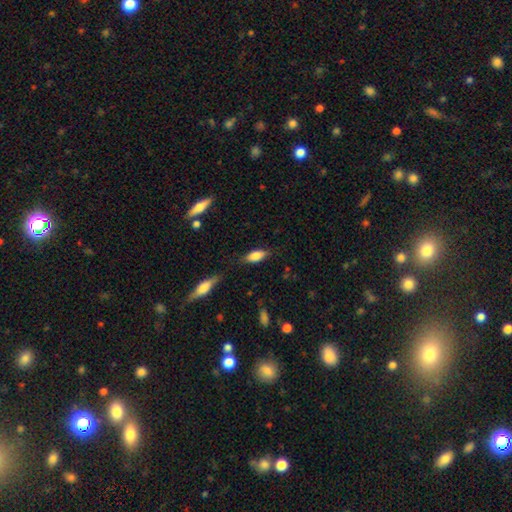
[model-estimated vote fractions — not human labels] Smooth or featured? Predicted: smooth (p=0.78). How rounded? Predicted: in between (p=0.83). Merging? Predicted: none (p=0.75).